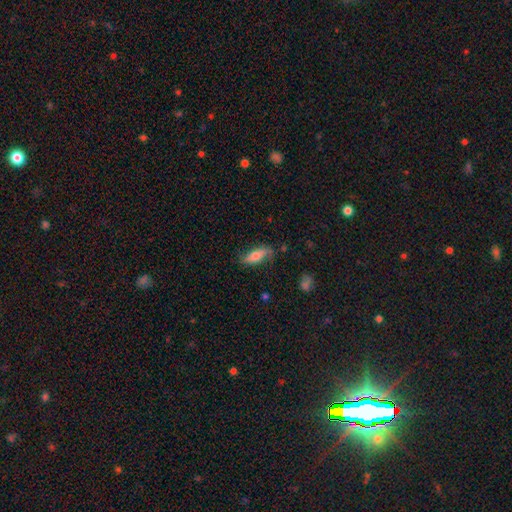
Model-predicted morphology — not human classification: A smooth galaxy with no disk features (60%) that is in between round and cigar-shaped (59%).

Vote fractions:
- Smooth or featured? smooth: 60% / featured or disk: 33% / star or artifact: 7%
- How rounded? in between: 59% / cigar-shaped: 38% / round: 3%
- Merging? none: 71% / minor disturbance: 21% / major disturbance: 5% / merger: 2%